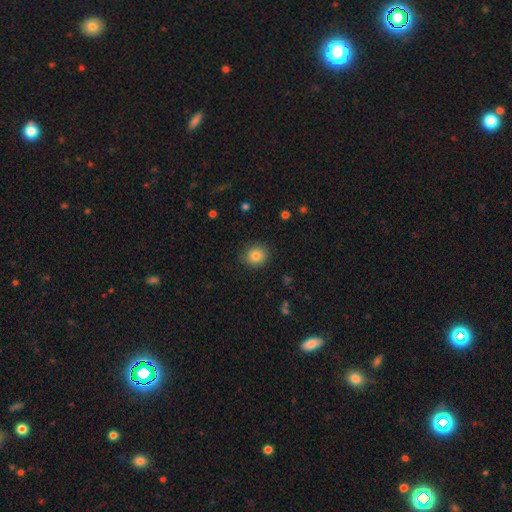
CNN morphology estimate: Smooth or featured? Predicted: smooth (p=0.84). How rounded? Predicted: round (p=0.77). Merging? Predicted: none (p=0.87).